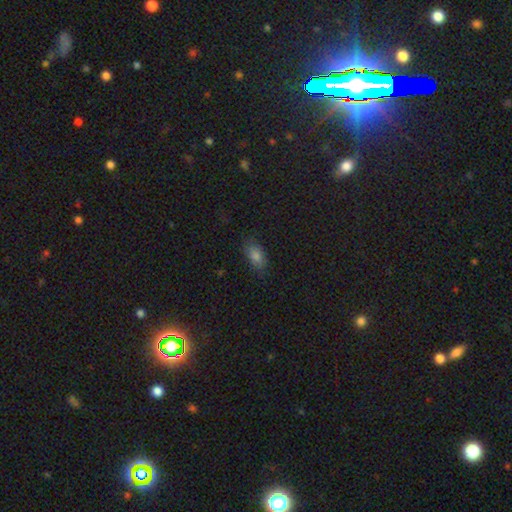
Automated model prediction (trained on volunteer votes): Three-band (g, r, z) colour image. It shows a smooth galaxy with no disk features (79%) that is in between round and cigar-shaped (88%). Merging: none (81%).